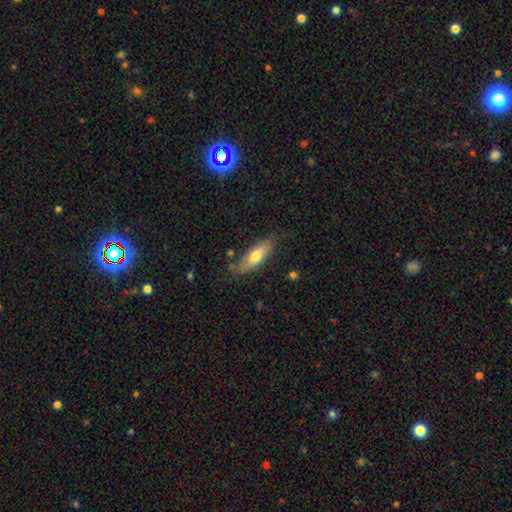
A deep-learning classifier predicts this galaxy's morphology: Smooth or featured: smooth — 63% (featured or disk — 31%)
How rounded: in between — 54% (cigar-shaped — 44%)
Merging: none — 76% (minor disturbance — 18%)